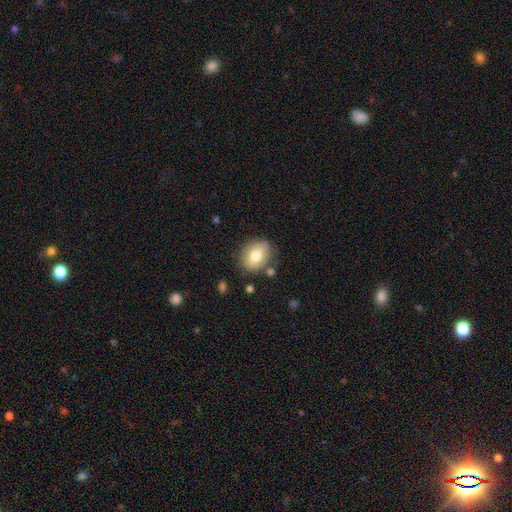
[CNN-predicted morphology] This is likely a smooth galaxy (71%). How rounded: possibly in between (55%). Merging: likely none (77%).